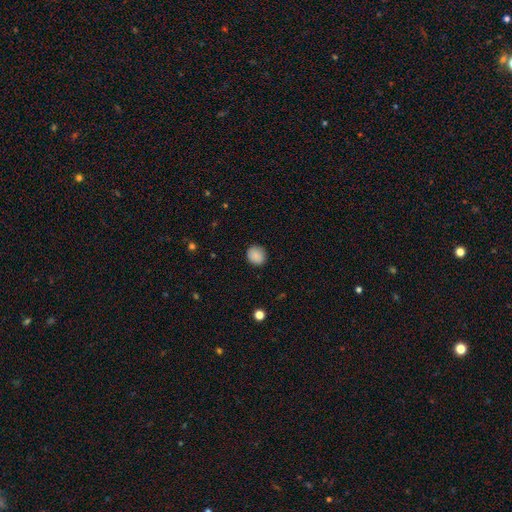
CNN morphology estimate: This appears to be a smooth galaxy with no disk features (89%) that is round (79%). Merging: none (88%).